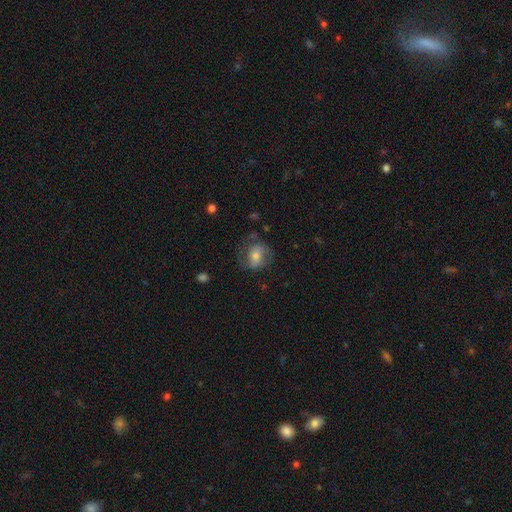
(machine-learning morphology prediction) A featured or disk galaxy (46%).

Vote fractions:
- Smooth or featured? featured or disk: 46% / smooth: 45% / star or artifact: 9%
- Merging? none: 62% / minor disturbance: 21% / major disturbance: 15% / merger: 2%